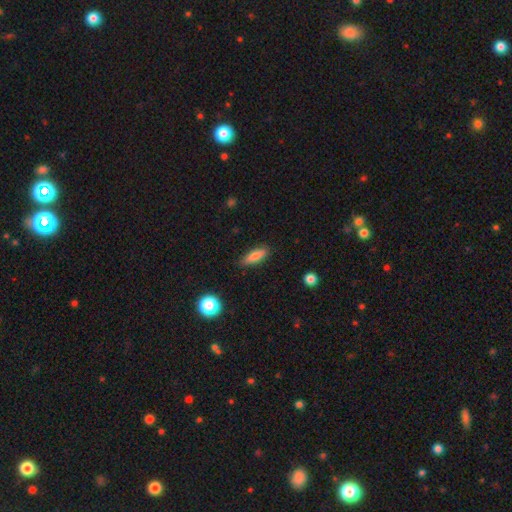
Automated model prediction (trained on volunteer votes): This appears to be a smooth galaxy with no disk features (81%) that is in between round and cigar-shaped (54%). Merging: none (84%).